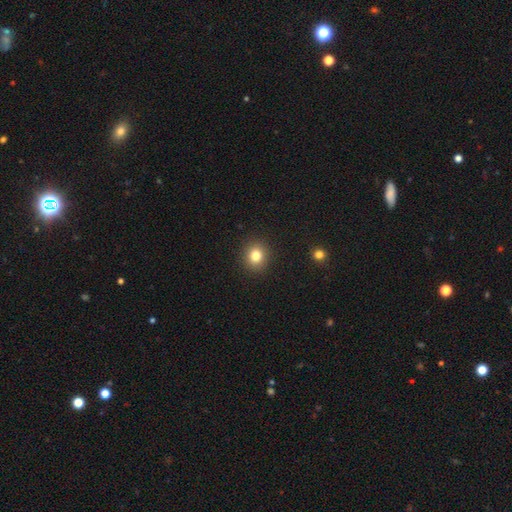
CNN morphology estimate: type=smooth (81%); roundness=round (80%); merging=none (91%).